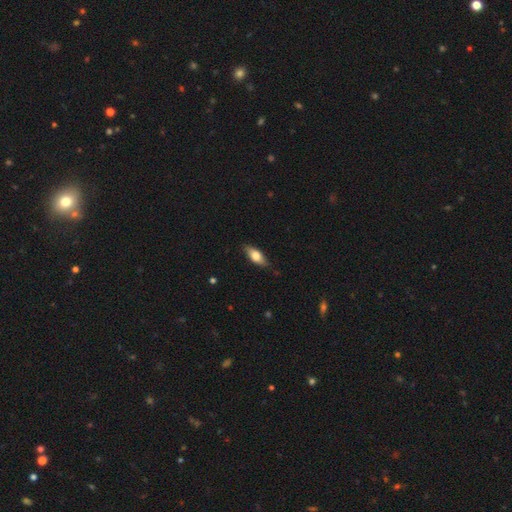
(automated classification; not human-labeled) Smooth or featured? Predicted: smooth (p=0.69). How rounded? Predicted: in between (p=0.77). Merging? Predicted: none (p=0.82).